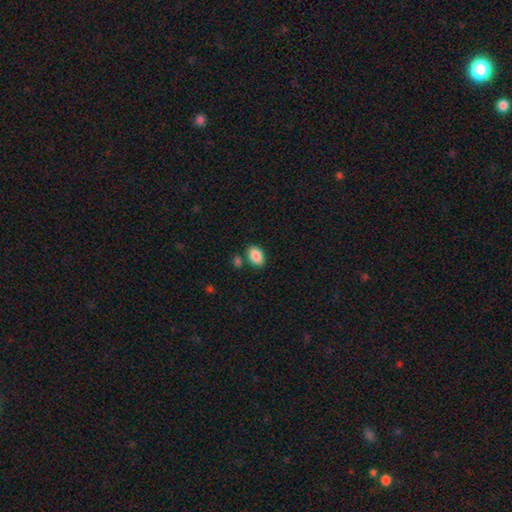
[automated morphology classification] smooth-or-featured: smooth: 88% | star or artifact: 7% | featured or disk: 4%
  how-rounded: in between: 88% | round: 11% | cigar-shaped: 1%
  merging: none: 78% | minor disturbance: 11% | merger: 8% | major disturbance: 3%